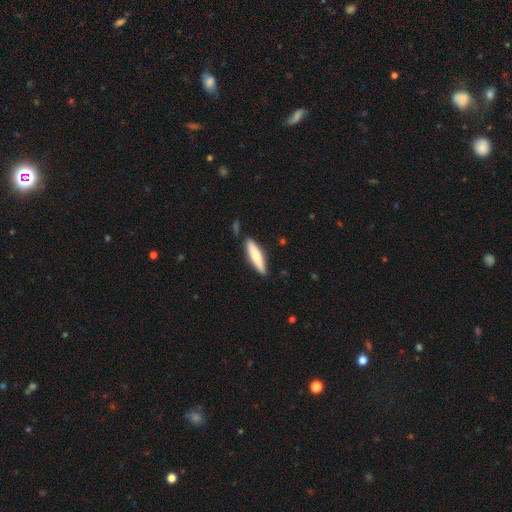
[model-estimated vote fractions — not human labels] smooth-or-featured: smooth: 72% | featured or disk: 23% | star or artifact: 5%
  how-rounded: cigar-shaped: 78% | in between: 21% | round: 1%
  merging: none: 83% | minor disturbance: 12% | merger: 3% | major disturbance: 2%